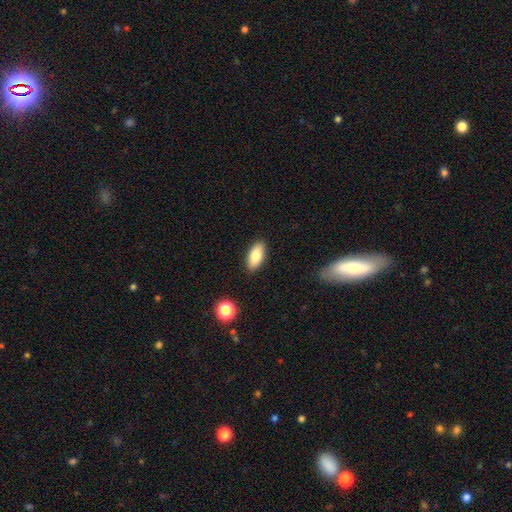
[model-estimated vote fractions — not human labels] smooth_or_featured: smooth (p=0.81) [alt: featured or disk p=0.12]
how_rounded: in between (p=0.89) [alt: cigar-shaped p=0.08]
merging: none (p=0.89) [alt: minor disturbance p=0.08]